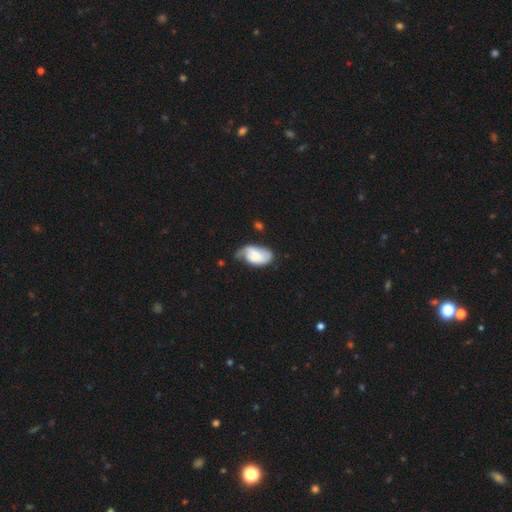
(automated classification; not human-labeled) Smooth or featured? smooth (53%)
How rounded? in between (93%)
Merging? minor disturbance (39%)